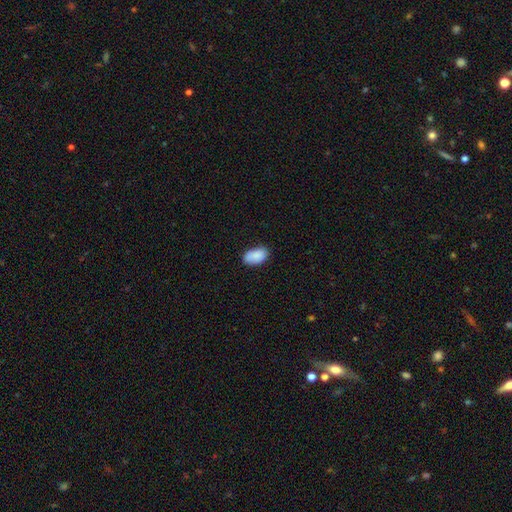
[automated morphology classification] smooth-or-featured: smooth: 88% | star or artifact: 7% | featured or disk: 5%
  how-rounded: in between: 94% | round: 5% | cigar-shaped: 1%
  merging: none: 80% | minor disturbance: 16% | major disturbance: 3% | merger: 1%